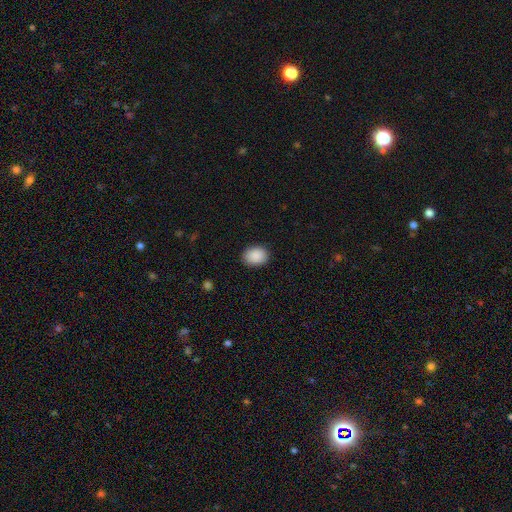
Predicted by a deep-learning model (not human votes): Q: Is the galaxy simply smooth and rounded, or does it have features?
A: smooth — 90%.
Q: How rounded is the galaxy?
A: in between — 70%.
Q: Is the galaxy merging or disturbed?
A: none — 88%.